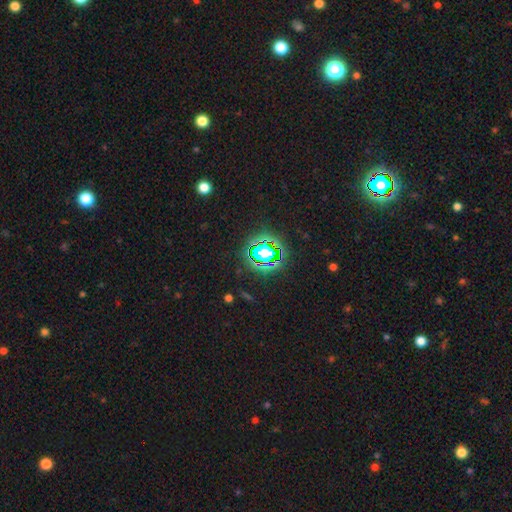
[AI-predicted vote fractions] Smooth or featured?
  - star or artifact: 82% *
  - smooth: 11%
  - featured or disk: 7%